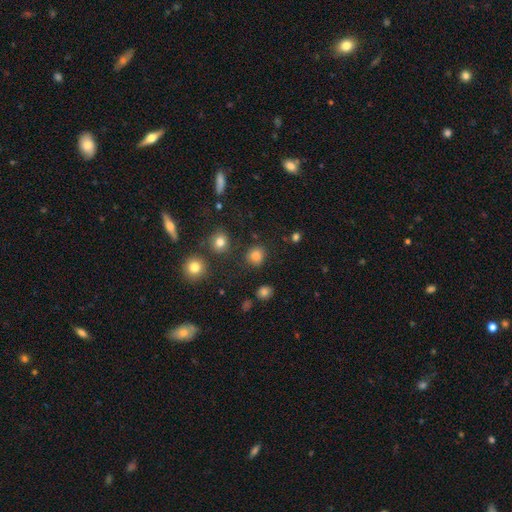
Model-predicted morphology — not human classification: smooth-or-featured: smooth: 82% | star or artifact: 13% | featured or disk: 5%
  how-rounded: round: 83% | in between: 16% | cigar-shaped: 1%
  merging: none: 84% | minor disturbance: 9% | merger: 4% | major disturbance: 4%